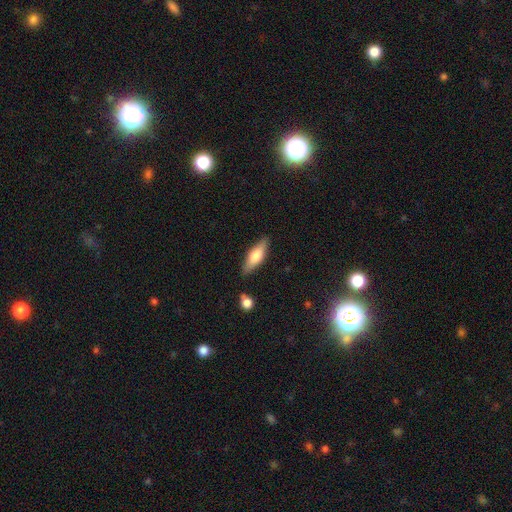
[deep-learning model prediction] Smooth or featured? smooth (57%)
How rounded? in between (52%)
Merging? none (83%)